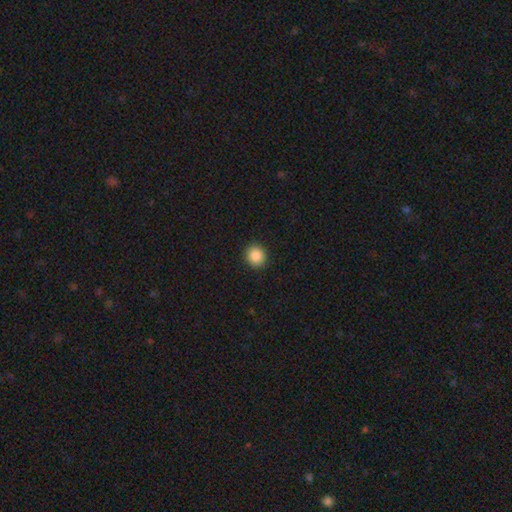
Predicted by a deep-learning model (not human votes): Smooth or featured: smooth — 87% (star or artifact — 9%)
How rounded: round — 86% (in between — 13%)
Merging: none — 92% (minor disturbance — 5%)